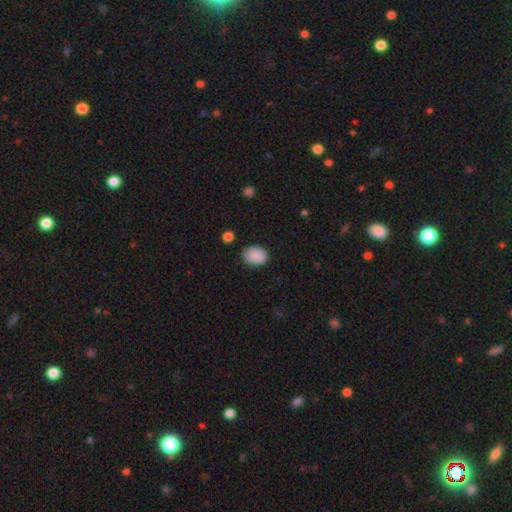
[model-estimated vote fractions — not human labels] Q: Smooth or featured?
A: smooth (89%); runner-up: star or artifact (7%)
Q: How rounded?
A: in between (59%); runner-up: round (40%)
Q: Merging?
A: none (83%); runner-up: minor disturbance (12%)